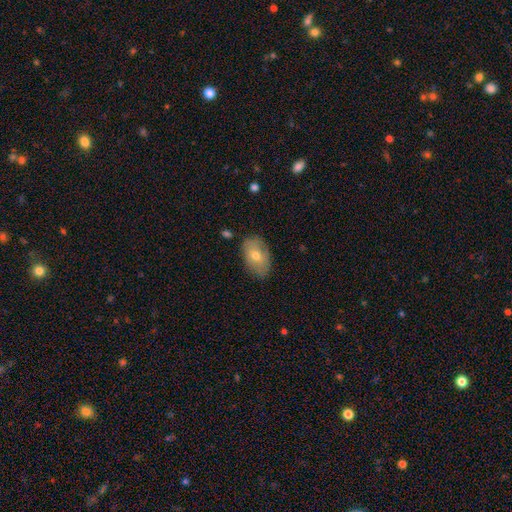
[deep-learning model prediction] Morphology: type=smooth (64%); roundness=in between (88%); merging=none (76%).